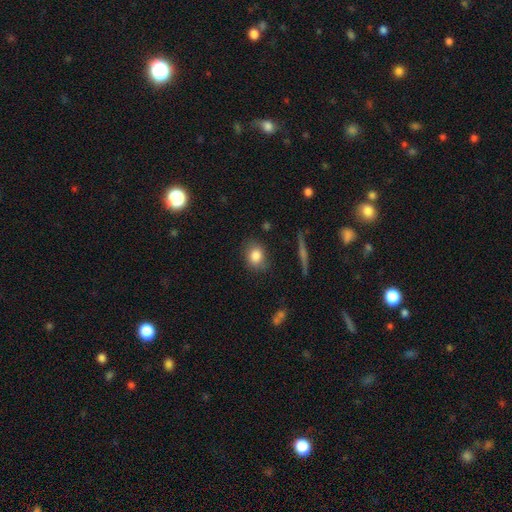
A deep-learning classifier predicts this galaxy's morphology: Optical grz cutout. It shows a smooth galaxy with no disk features (82%) that is round (56%). Merging: none (78%).